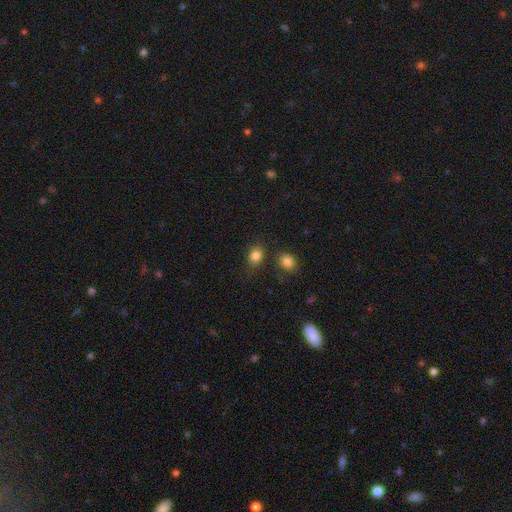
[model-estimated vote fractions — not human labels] Q: Smooth or featured?
A: smooth (83%); runner-up: star or artifact (11%)
Q: How rounded?
A: in between (58%); runner-up: round (41%)
Q: Merging?
A: none (73%); runner-up: minor disturbance (15%)